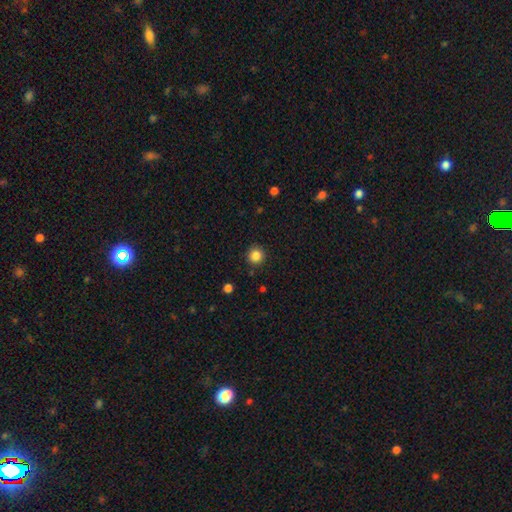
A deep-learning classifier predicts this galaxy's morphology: smooth 85%, star or artifact 11%, featured or disk 4%. Down the decision tree: how rounded — round (94%); merging — none (90%).